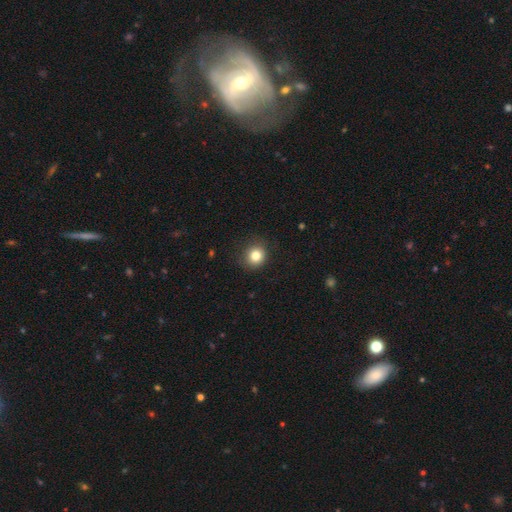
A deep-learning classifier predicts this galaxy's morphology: smooth_or_featured: smooth (p=0.82) [alt: star or artifact p=0.11]
how_rounded: round (p=0.86) [alt: in between p=0.14]
merging: none (p=0.86) [alt: minor disturbance p=0.10]